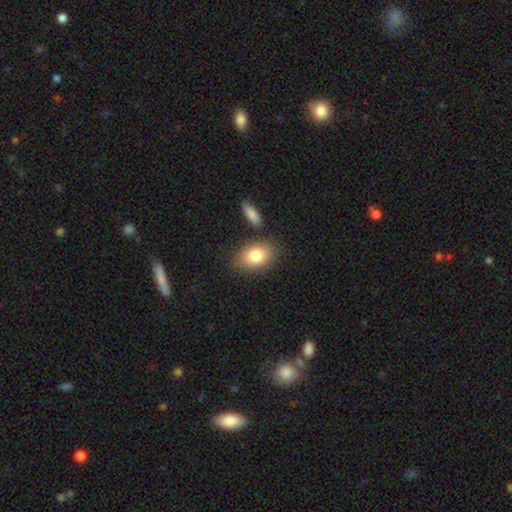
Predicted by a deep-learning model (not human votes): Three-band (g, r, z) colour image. It shows a smooth galaxy with no disk features (83%) that is in between round and cigar-shaped (82%). Merging: none (77%).